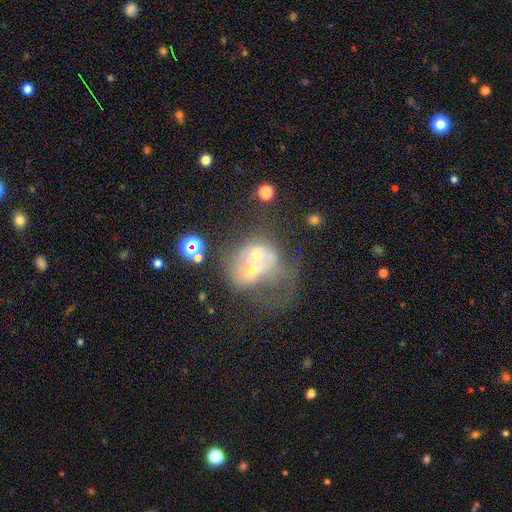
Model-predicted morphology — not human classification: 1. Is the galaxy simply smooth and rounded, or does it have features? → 49% featured or disk, 35% smooth, 16% star or artifact.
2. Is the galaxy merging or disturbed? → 61% merger, 19% major disturbance, 13% none, 7% minor disturbance.